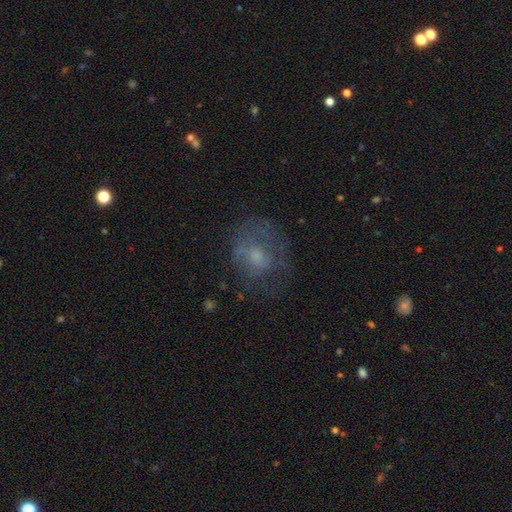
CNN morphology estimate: smooth_or_featured: smooth (p=0.45) [alt: featured or disk p=0.41]
merging: none (p=0.52) [alt: major disturbance p=0.25]